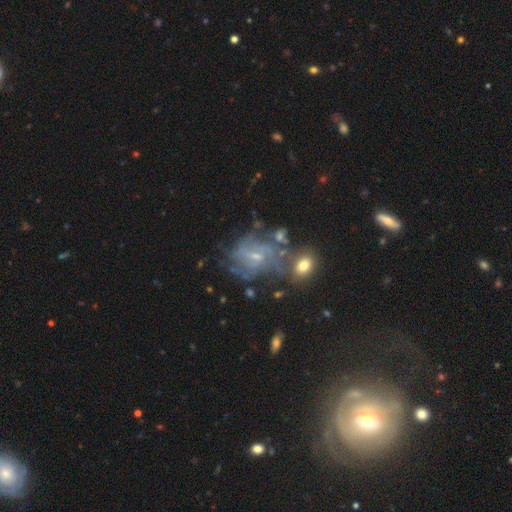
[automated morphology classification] Overall: featured or disk (72%). Edge-on disk: no (97%). Bar: weak (48%; no 40%). Spiral arms: yes (81%). Spiral arm count: can't tell (48%; 3 16%). Spiral winding: tight (41%, tied with medium). Bulge size: small (69%). Merging: none (47%; minor disturbance 20%).